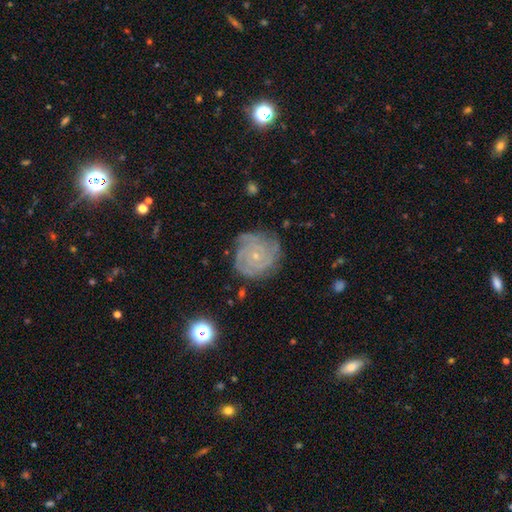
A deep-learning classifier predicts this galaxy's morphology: A featured or disk galaxy (84%) with no bar (80%), 3 (31%) tight (77%) spiral arms (97%) and a small central bulge (81%).

Vote fractions:
- Smooth or featured? featured or disk: 84% / smooth: 9% / star or artifact: 7%
- Edge-on disk? no: 98% / yes: 2%
- Bar? no: 80% / weak: 17% / strong: 4%
- Spiral arms? yes: 97% / no: 3%
- Spiral winding? tight: 77% / medium: 20% / loose: 3%
- Spiral arm count? 3: 31% / can't tell: 22% / 4: 20% / 2: 15% / more than 4: 6% / 1: 6%
- Bulge size? small: 81% / moderate: 14% / none: 3% / large: 1% / dominant: 1%
- Merging? none: 74% / minor disturbance: 18% / major disturbance: 6% / merger: 2%